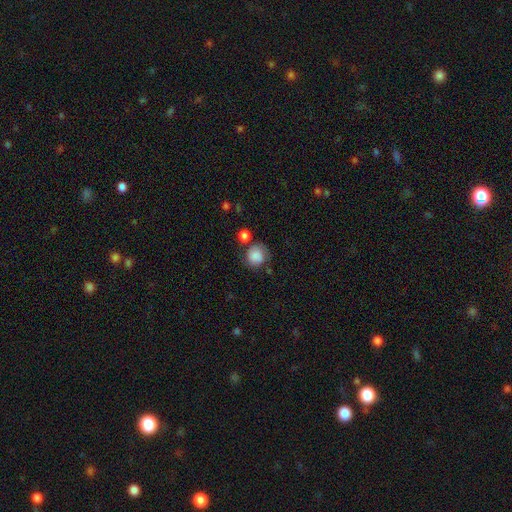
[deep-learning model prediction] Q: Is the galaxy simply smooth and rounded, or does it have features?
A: smooth — 75%.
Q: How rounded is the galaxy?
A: round — 83%.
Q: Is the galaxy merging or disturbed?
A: none — 60%.